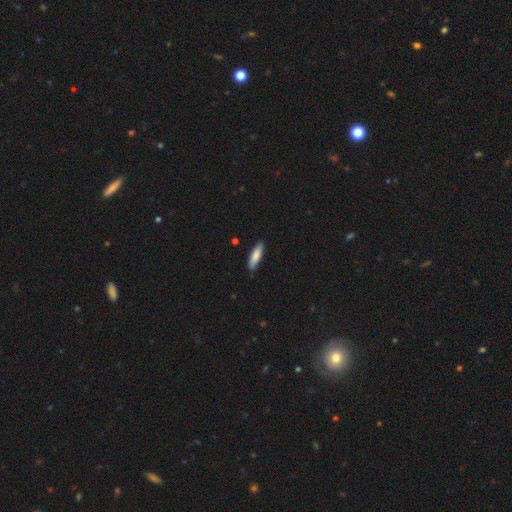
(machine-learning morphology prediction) This appears to be a smooth galaxy with no disk features (82%) that is cigar-shaped (67%). Merging: none (87%).